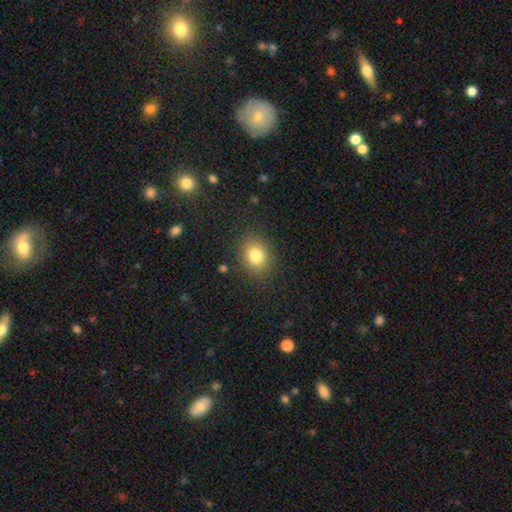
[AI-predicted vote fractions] Overall: smooth (81%). How rounded: round (50%; in between 49%). Merging: none (85%).